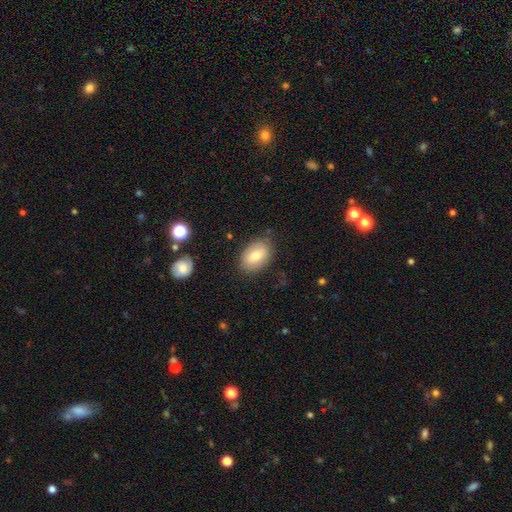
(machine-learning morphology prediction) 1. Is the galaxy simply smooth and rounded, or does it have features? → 72% smooth, 20% featured or disk, 8% star or artifact.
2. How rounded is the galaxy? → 84% in between, 15% round, 1% cigar-shaped.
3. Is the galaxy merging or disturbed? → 80% none, 14% minor disturbance, 4% major disturbance, 2% merger.